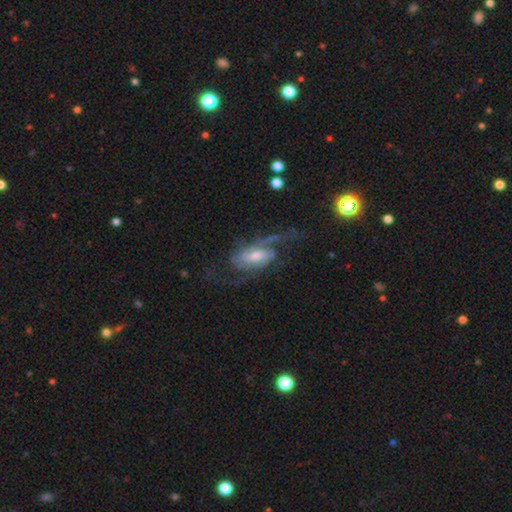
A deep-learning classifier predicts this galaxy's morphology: A featured or disk galaxy (85%) with a weak bar (49%), 2 (66%) medium (47%) spiral arms (95%) and a moderate central bulge (52%).

Vote fractions:
- Smooth or featured? featured or disk: 85% / smooth: 9% / star or artifact: 6%
- Edge-on disk? no: 95% / yes: 5%
- Bar? weak: 49% / no: 34% / strong: 17%
- Spiral arms? yes: 95% / no: 5%
- Spiral winding? medium: 47% / loose: 33% / tight: 19%
- Spiral arm count? 2: 66% / 3: 12% / can't tell: 11% / 1: 5% / 4: 4% / more than 4: 3%
- Bulge size? moderate: 52% / small: 33% / large: 9% / none: 5% / dominant: 2%
- Merging? none: 59% / major disturbance: 22% / minor disturbance: 17% / merger: 2%